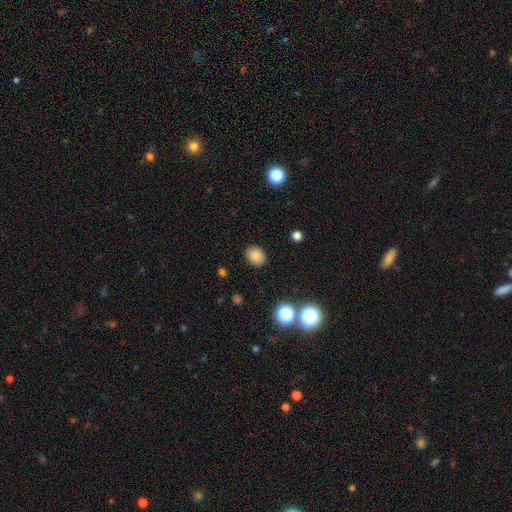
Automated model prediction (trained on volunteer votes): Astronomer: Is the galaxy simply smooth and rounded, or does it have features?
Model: smooth — 81%.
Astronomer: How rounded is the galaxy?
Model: in between — 50% (runner-up: round, 49%).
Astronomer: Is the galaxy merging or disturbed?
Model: none — 88%.